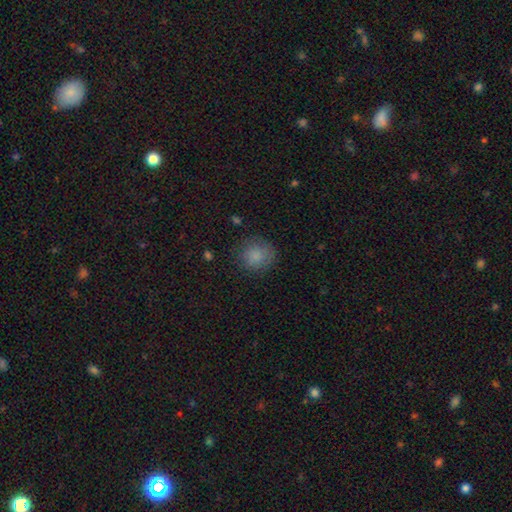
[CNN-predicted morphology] This appears to be a smooth galaxy with no disk features (84%) that is round (89%). Merging: none (81%).